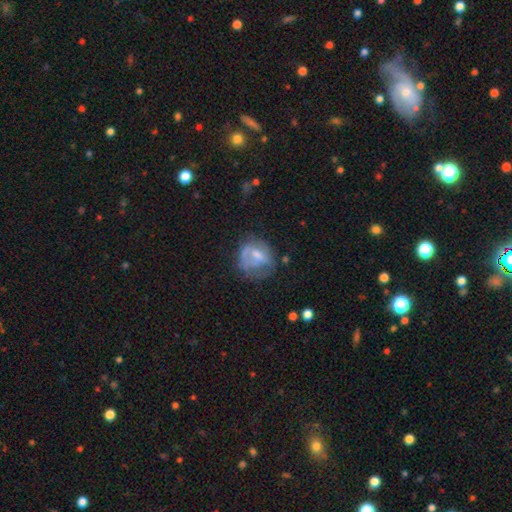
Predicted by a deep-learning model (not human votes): This is possibly a smooth galaxy (49%). Merging: marginally none (37%).